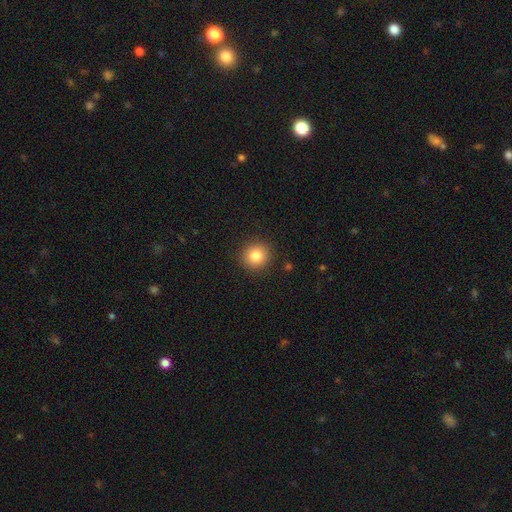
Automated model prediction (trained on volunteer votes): smooth 84%, star or artifact 10%, featured or disk 6%. Down the decision tree: how rounded — round (91%); merging — none (90%).